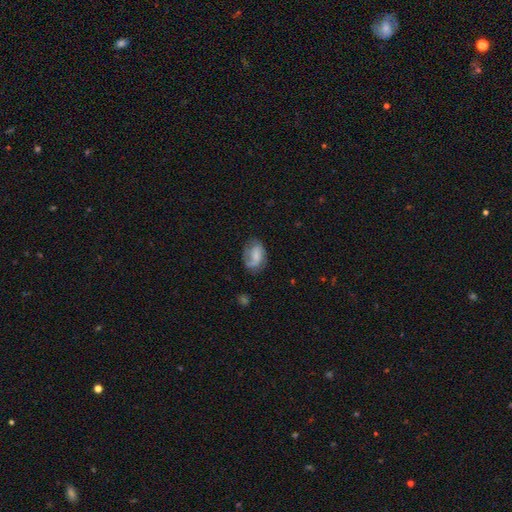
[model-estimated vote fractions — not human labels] Smooth or featured?
  - smooth: 46% * (tied)
  - featured or disk: 46% * (tied)
  - star or artifact: 8%
Merging?
  - none: 56% *
  - minor disturbance: 26%
  - major disturbance: 15%
  - merger: 2%